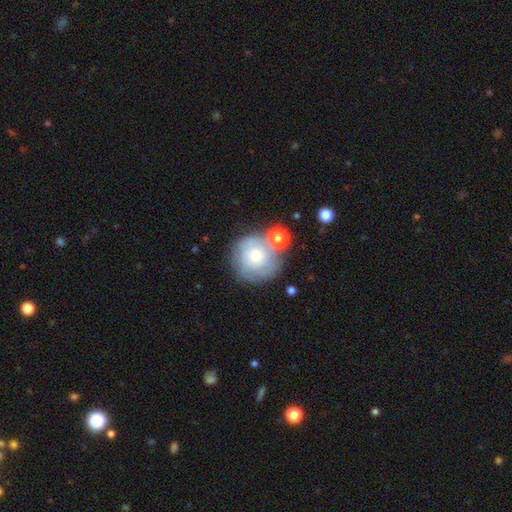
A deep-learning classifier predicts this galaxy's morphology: Smooth or featured? Predicted: featured or disk (p=0.47). Merging? Predicted: none (p=0.60).